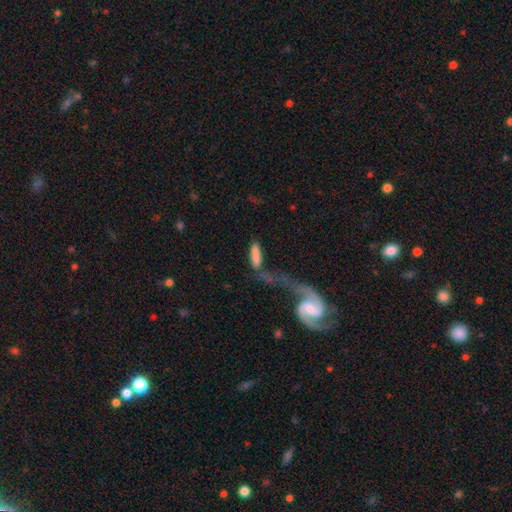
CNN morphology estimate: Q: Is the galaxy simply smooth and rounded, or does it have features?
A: smooth — 77%.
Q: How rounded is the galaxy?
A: cigar-shaped — 52%.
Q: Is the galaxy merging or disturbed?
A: none — 36%.